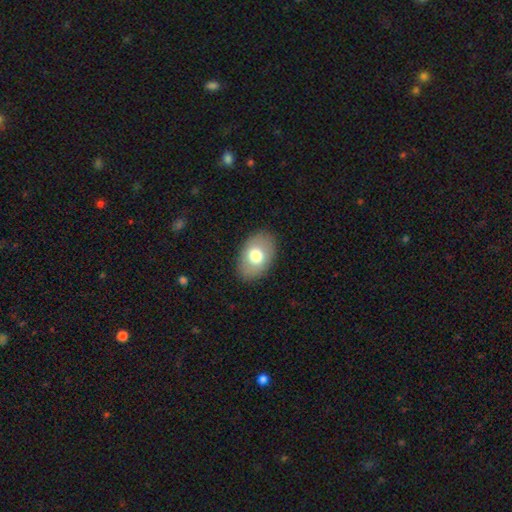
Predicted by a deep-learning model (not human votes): smooth 73%, featured or disk 20%, star or artifact 7%. Down the decision tree: how rounded — in between (88%); merging — none (86%).